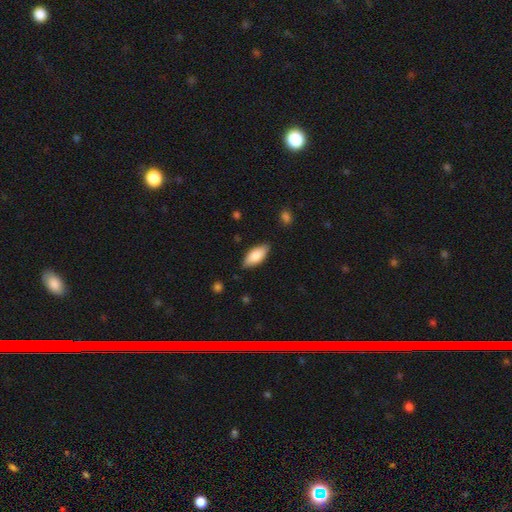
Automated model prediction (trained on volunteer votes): Smooth or featured?
  - smooth: 80% *
  - featured or disk: 14%
  - star or artifact: 6%
How rounded?
  - in between: 86% *
  - cigar-shaped: 12%
  - round: 2%
Merging?
  - none: 84% *
  - minor disturbance: 13%
  - major disturbance: 2%
  - merger: 1%